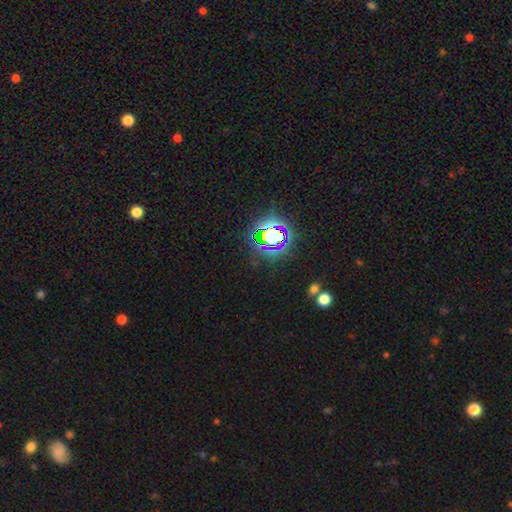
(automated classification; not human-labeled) A star or artifact, not a galaxy (81%).